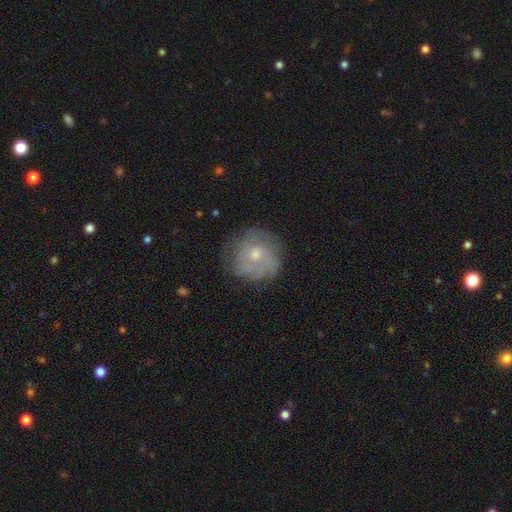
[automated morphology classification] smooth-or-featured: featured or disk: 49% | smooth: 43% | star or artifact: 8%
  merging: none: 67% | minor disturbance: 22% | major disturbance: 10% | merger: 2%